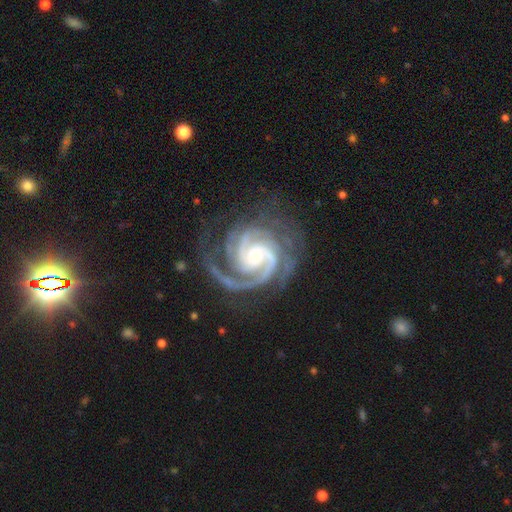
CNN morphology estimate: The model was most divided on "bulge size": moderate: 40%, small: 37%, large: 15%, none: 7%, dominant: 2%. Remaining: spiral arms — yes (99%); edge-on disk — no (98%); smooth or featured — featured or disk (94%); merging — none (72%); spiral winding — tight (65%); bar — no (58%); spiral arm count — 3 (41%).